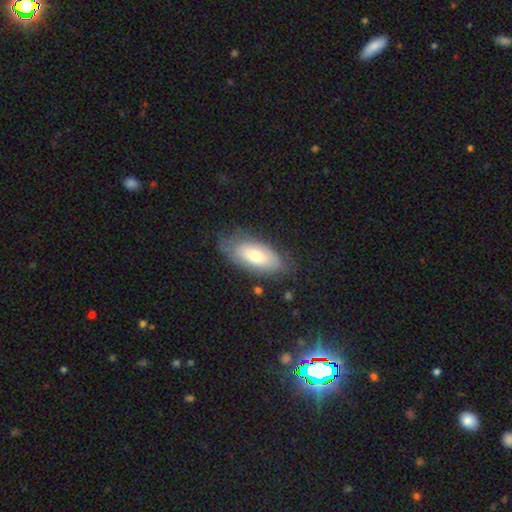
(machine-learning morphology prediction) smooth 58%, featured or disk 35%, star or artifact 7%. Down the decision tree: how rounded — in between (89%); merging — none (69%).